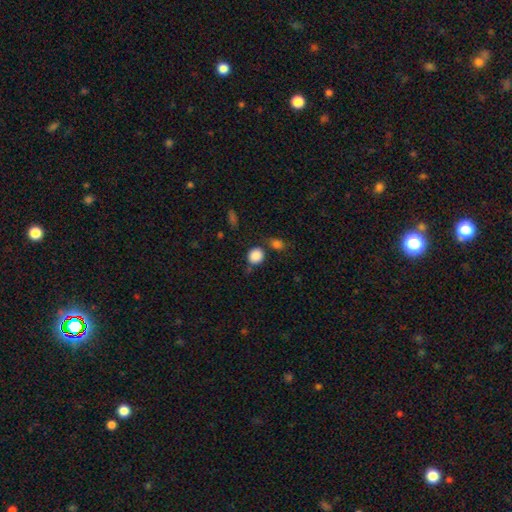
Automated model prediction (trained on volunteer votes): Smooth or featured?
  - smooth: 87% *
  - star or artifact: 9%
  - featured or disk: 4%
How rounded?
  - round: 81% *
  - in between: 18%
  - cigar-shaped: 1%
Merging?
  - none: 70% *
  - minor disturbance: 13%
  - merger: 12%
  - major disturbance: 5%